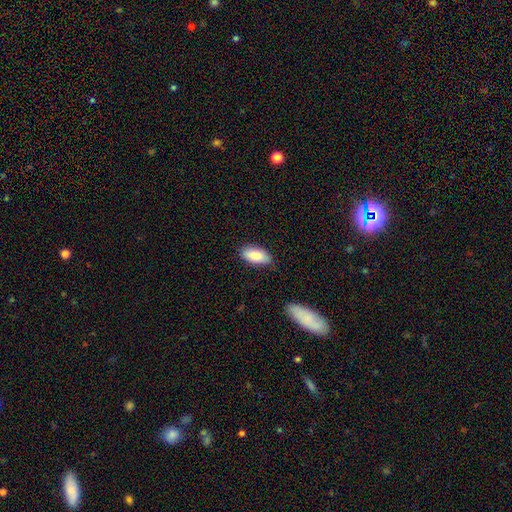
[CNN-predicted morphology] This appears to be a smooth galaxy with no disk features (82%) that is in between round and cigar-shaped (89%). Merging: none (83%).